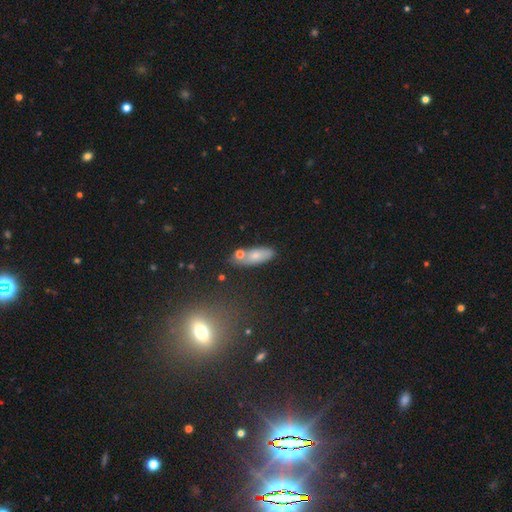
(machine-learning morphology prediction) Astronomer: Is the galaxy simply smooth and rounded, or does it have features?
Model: smooth — 71%.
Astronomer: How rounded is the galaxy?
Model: in between — 71%.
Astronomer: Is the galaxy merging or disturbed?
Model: none — 66%.